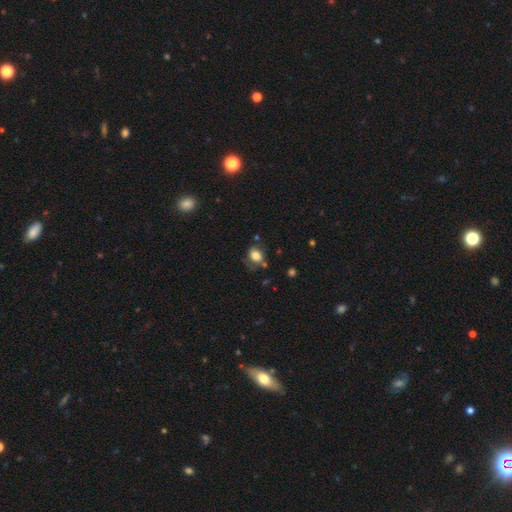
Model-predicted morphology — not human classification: This appears to be a smooth galaxy with no disk features (78%) that is in between round and cigar-shaped (52%). Merging: none (58%).